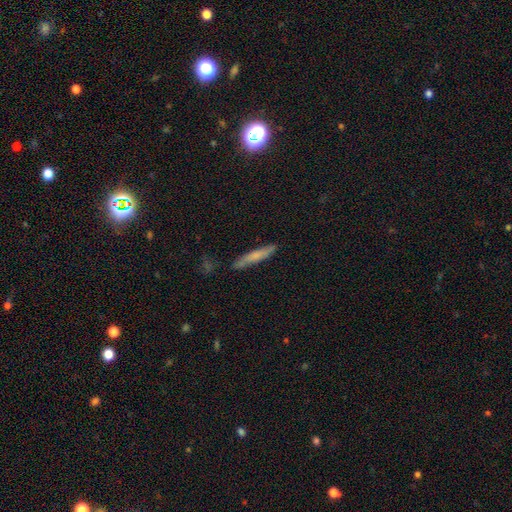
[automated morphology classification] type=smooth (63%); roundness=cigar-shaped (93%); merging=none (81%).